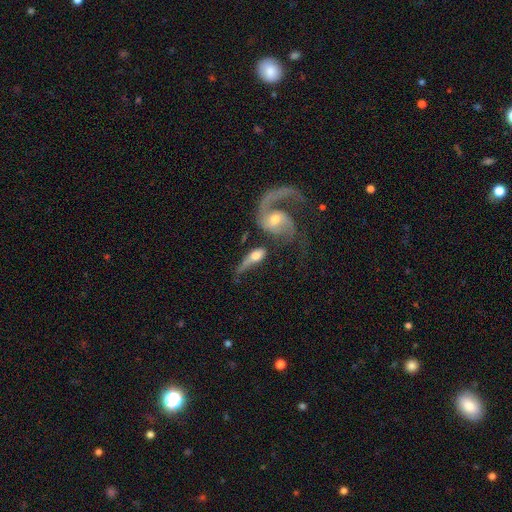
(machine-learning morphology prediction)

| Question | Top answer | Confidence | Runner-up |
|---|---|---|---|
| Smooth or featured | featured or disk | 56% | smooth (38%) |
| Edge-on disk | no | 64% | yes (36%) |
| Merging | merger | 32% | none (27%) |